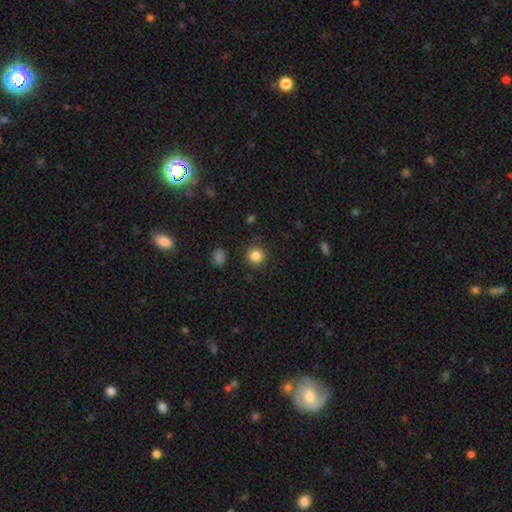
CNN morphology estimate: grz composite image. It shows a smooth galaxy with no disk features (85%) that is round (93%). Merging: none (89%).